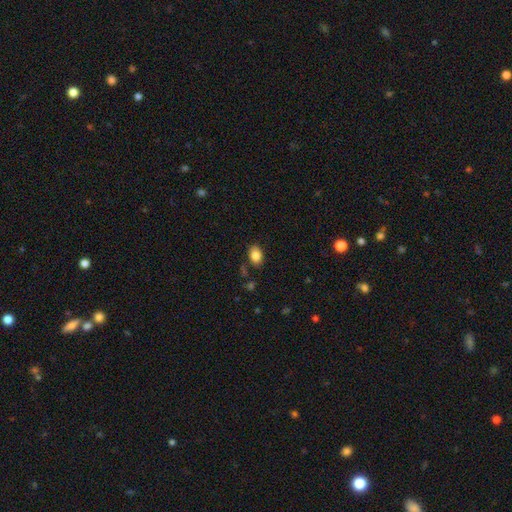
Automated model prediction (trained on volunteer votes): Morphology: type=smooth (84%); roundness=in between (83%); merging=none (83%).